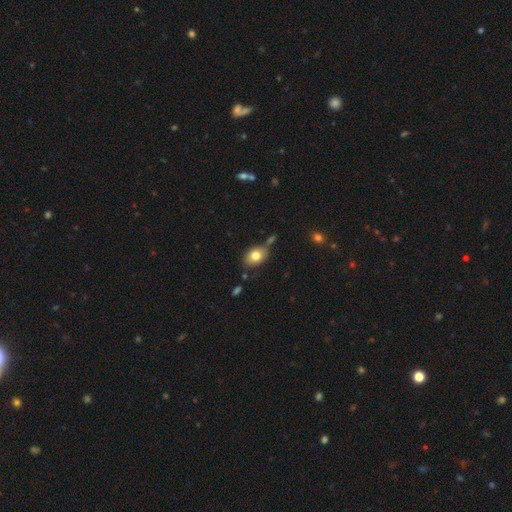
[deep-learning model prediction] smooth_or_featured: smooth (p=0.78) [alt: featured or disk p=0.13]
how_rounded: in between (p=0.75) [alt: round p=0.24]
merging: none (p=0.67) [alt: minor disturbance p=0.17]